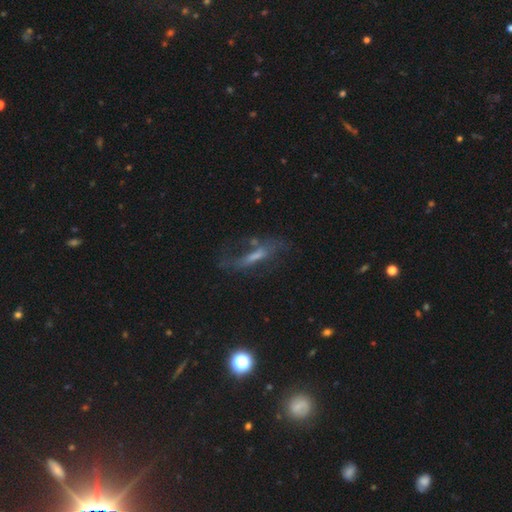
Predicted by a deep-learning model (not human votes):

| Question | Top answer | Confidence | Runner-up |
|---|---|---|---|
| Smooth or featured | featured or disk | 55% | smooth (30%) |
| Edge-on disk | no | 68% | yes (32%) |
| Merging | none | 46% | major disturbance (27%) |